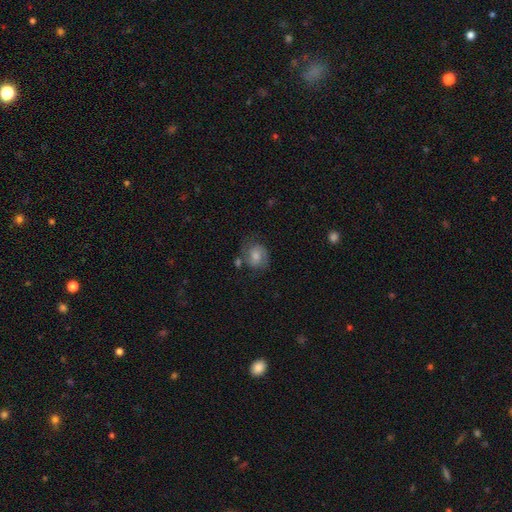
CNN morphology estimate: A featured or disk galaxy (58%) with no bar (59%), 2 (80%) medium (46%) spiral arms (88%) and a moderate central bulge (59%). Merging: none (69%).